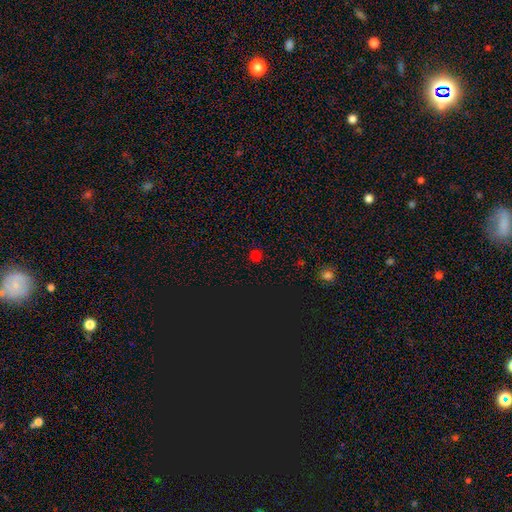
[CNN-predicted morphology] smooth_or_featured: smooth (p=0.64) [alt: star or artifact p=0.32]
how_rounded: round (p=0.92) [alt: in between p=0.07]
merging: none (p=0.89) [alt: minor disturbance p=0.07]